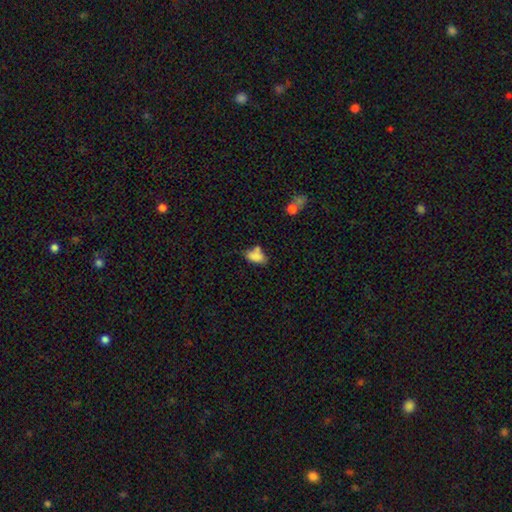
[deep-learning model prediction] smooth 79%, featured or disk 11%, star or artifact 10%. Down the decision tree: how rounded — in between (88%); merging — none (44%).